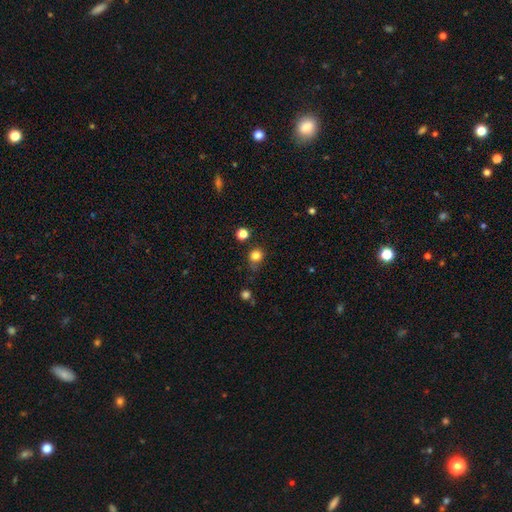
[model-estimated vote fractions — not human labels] A smooth galaxy with no disk features (82%) that is round (85%). Merging: none (68%).